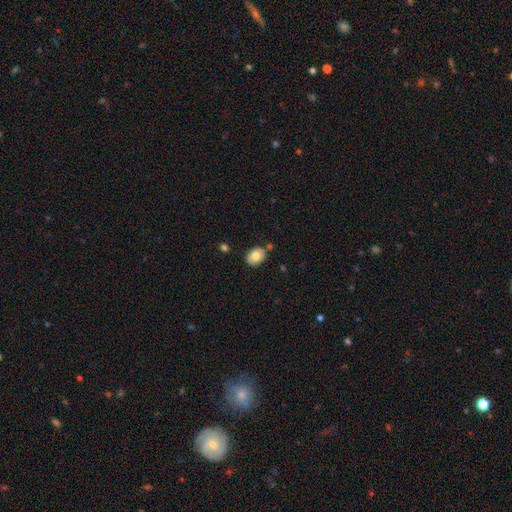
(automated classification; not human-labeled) A smooth galaxy with no disk features (74%) that is in between round and cigar-shaped (60%).

Vote fractions:
- Smooth or featured? smooth: 74% / featured or disk: 18% / star or artifact: 8%
- How rounded? in between: 60% / round: 39% / cigar-shaped: 1%
- Merging? none: 76% / minor disturbance: 14% / merger: 7% / major disturbance: 3%